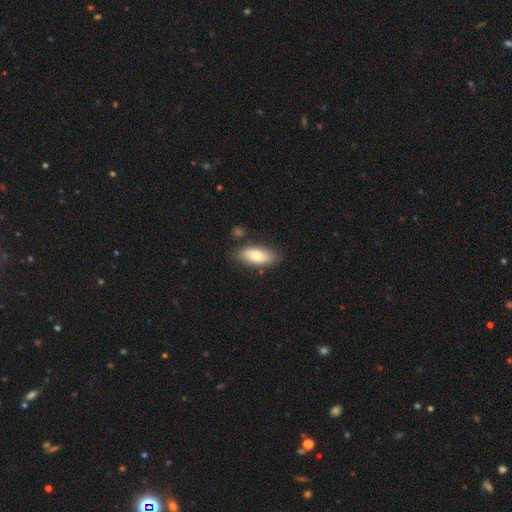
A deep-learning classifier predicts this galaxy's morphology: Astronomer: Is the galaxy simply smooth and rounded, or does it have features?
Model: smooth — 75%.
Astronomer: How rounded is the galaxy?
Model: in between — 84%.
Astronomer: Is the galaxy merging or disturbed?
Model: none — 80%.